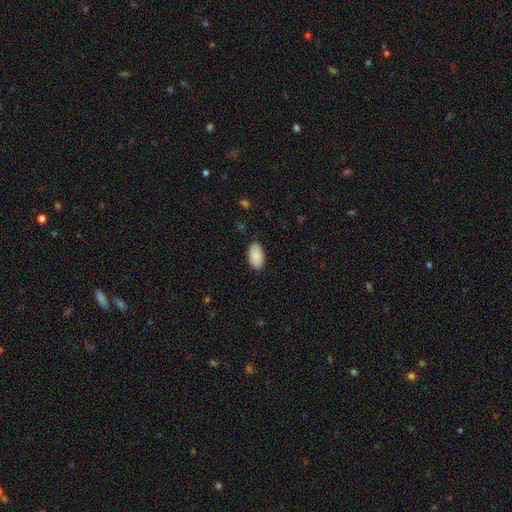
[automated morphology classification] Smooth or featured?
  - smooth: 90% *
  - star or artifact: 6%
  - featured or disk: 3%
How rounded?
  - in between: 96% *
  - round: 3%
  - cigar-shaped: 1%
Merging?
  - none: 88% *
  - minor disturbance: 9%
  - major disturbance: 2%
  - merger: 1%